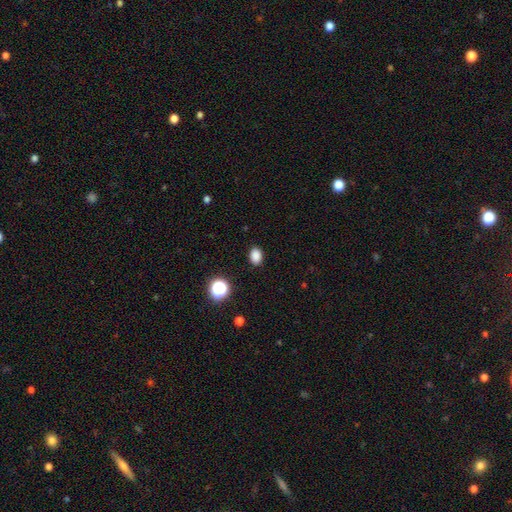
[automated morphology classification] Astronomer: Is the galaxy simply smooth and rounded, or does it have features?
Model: smooth — 85%.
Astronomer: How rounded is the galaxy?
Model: in between — 73%.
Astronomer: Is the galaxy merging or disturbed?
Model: none — 88%.